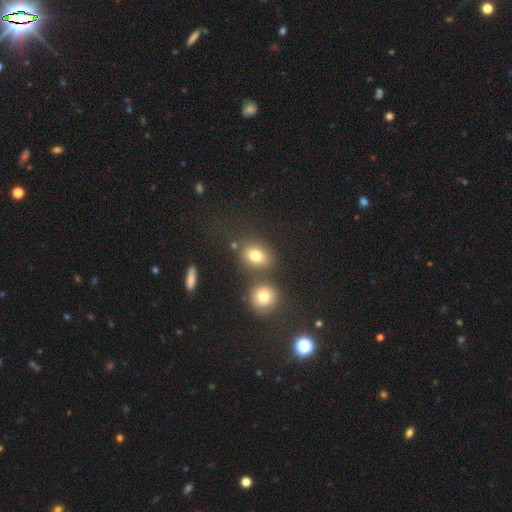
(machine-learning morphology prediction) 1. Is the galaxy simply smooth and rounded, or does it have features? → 76% smooth, 13% star or artifact, 11% featured or disk.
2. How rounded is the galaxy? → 55% in between, 43% round, 2% cigar-shaped.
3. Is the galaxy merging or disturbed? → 66% none, 18% merger, 11% minor disturbance, 5% major disturbance.